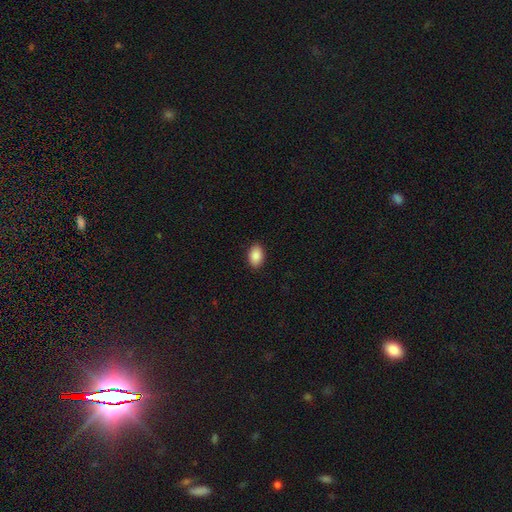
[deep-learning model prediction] The model was most divided on "how rounded": in between: 88%, round: 11%, cigar-shaped: 1%. More confident: merging — none (90%); smooth or featured — smooth (89%).